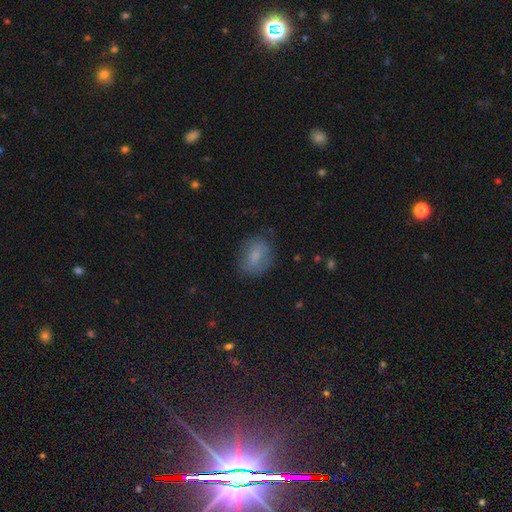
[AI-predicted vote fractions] Overall: smooth (74%). How rounded: in between (65%; round 33%). Merging: none (76%).